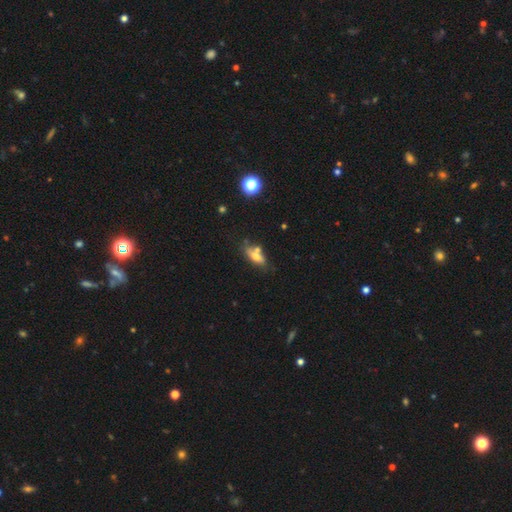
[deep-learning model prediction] smooth-or-featured: smooth: 61% | featured or disk: 27% | star or artifact: 11%
  how-rounded: in between: 70% | cigar-shaped: 25% | round: 5%
  merging: none: 51% | merger: 23% | minor disturbance: 19% | major disturbance: 7%